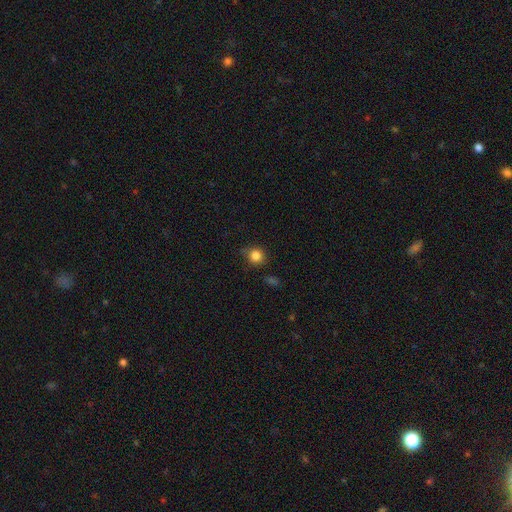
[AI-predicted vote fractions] Morphology: type=smooth (84%); roundness=round (88%); merging=none (74%).